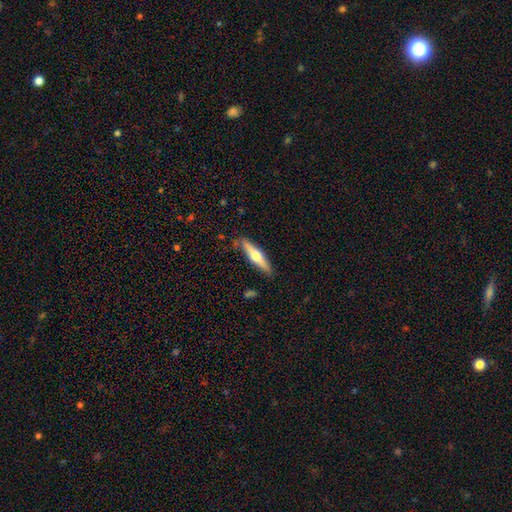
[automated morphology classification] Q: Smooth or featured?
A: featured or disk (48%); runner-up: smooth (46%)
Q: Merging?
A: none (84%); runner-up: minor disturbance (12%)